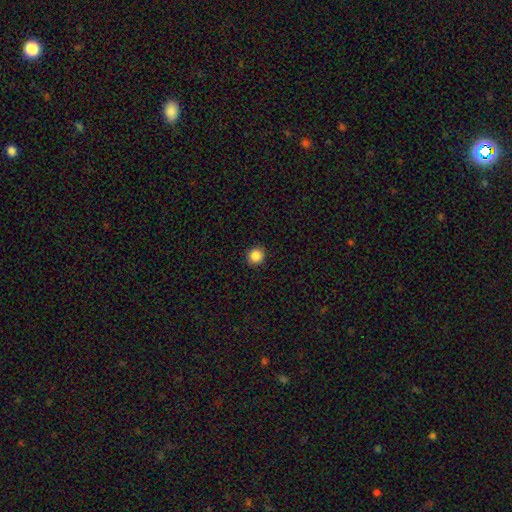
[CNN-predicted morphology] The model was most divided on "smooth or featured": smooth: 87%, star or artifact: 10%, featured or disk: 3%. More confident: how rounded — round (94%); merging — none (92%).